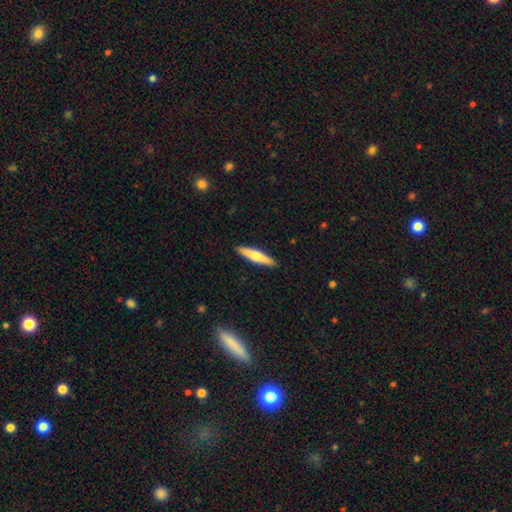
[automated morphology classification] type=smooth (56%); roundness=cigar-shaped (85%); merging=none (91%).